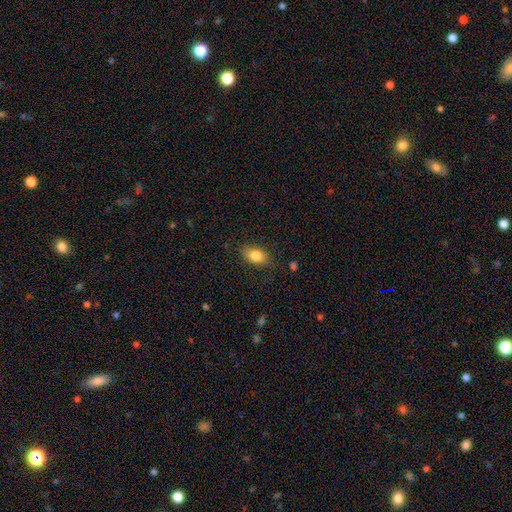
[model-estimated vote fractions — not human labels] Smooth or featured? smooth (82%)
How rounded? in between (87%)
Merging? none (82%)